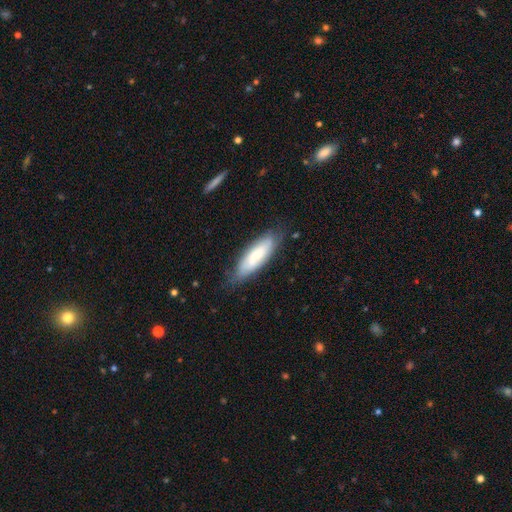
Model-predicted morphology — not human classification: A smooth galaxy with no disk features (67%) that is cigar-shaped (50%).

Vote fractions:
- Smooth or featured? smooth: 67% / featured or disk: 26% / star or artifact: 7%
- How rounded? cigar-shaped: 50% / in between: 48% / round: 1%
- Merging? none: 75% / minor disturbance: 20% / major disturbance: 4% / merger: 1%